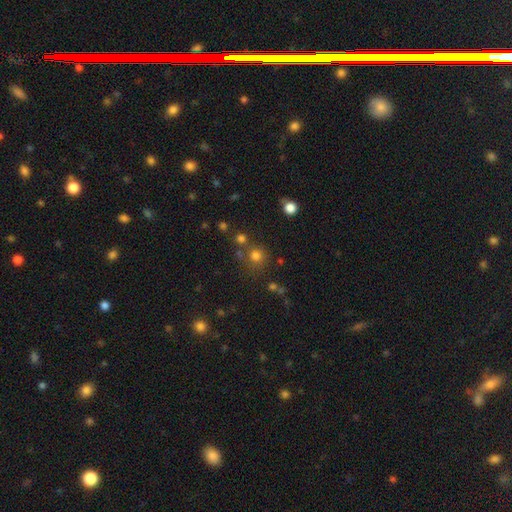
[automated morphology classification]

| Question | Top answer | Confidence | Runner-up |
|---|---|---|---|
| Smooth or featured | smooth | 74% | star or artifact (19%) |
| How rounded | round | 90% | in between (9%) |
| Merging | none | 70% | merger (15%) |